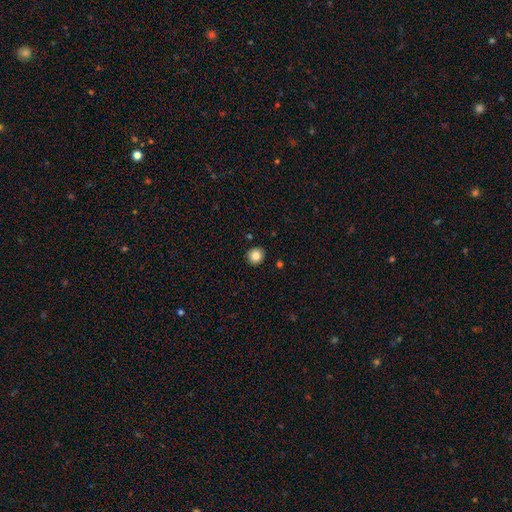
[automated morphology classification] smooth_or_featured: smooth (p=0.84) [alt: star or artifact p=0.10]
how_rounded: round (p=0.88) [alt: in between p=0.11]
merging: none (p=0.91) [alt: minor disturbance p=0.06]